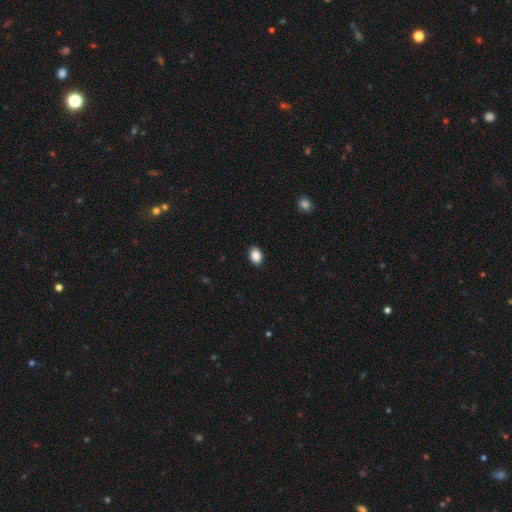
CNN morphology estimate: This appears to be a smooth galaxy with no disk features (89%) that is in between round and cigar-shaped (81%). Merging: none (88%).